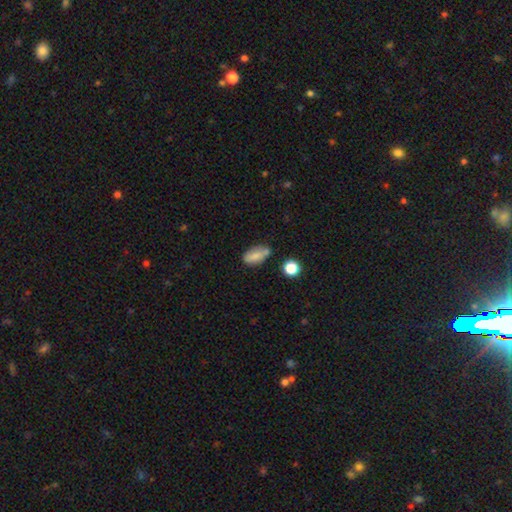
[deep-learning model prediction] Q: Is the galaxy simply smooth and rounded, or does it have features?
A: smooth — 77%.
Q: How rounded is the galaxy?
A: in between — 86%.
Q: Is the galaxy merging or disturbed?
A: none — 62%.